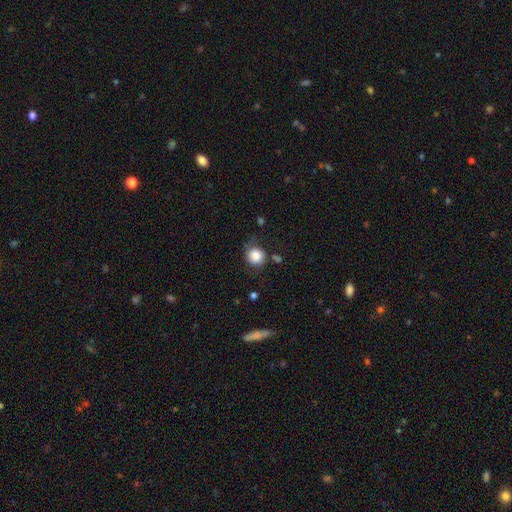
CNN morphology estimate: smooth 84%, star or artifact 9%, featured or disk 7%. Down the decision tree: how rounded — round (84%); merging — none (64%).